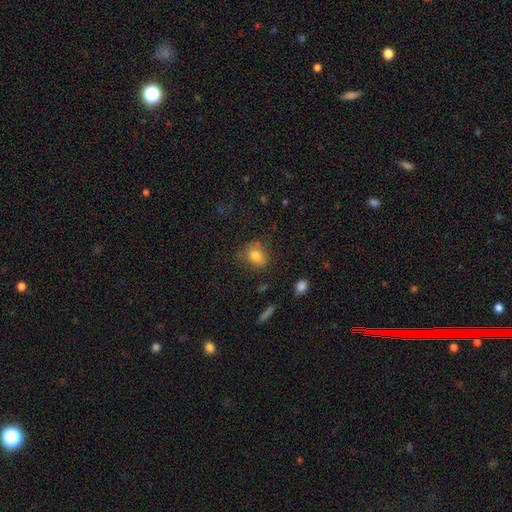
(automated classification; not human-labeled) This appears to be a smooth galaxy with no disk features (79%) that is round (53%). Merging: none (71%).